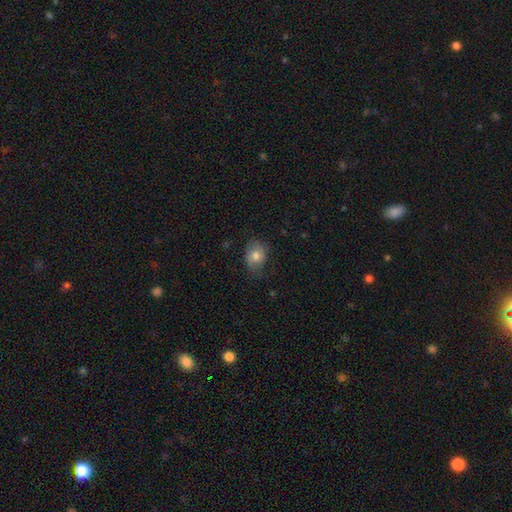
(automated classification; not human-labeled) Morphology: type=smooth (78%); roundness=in between (61%); merging=none (68%).